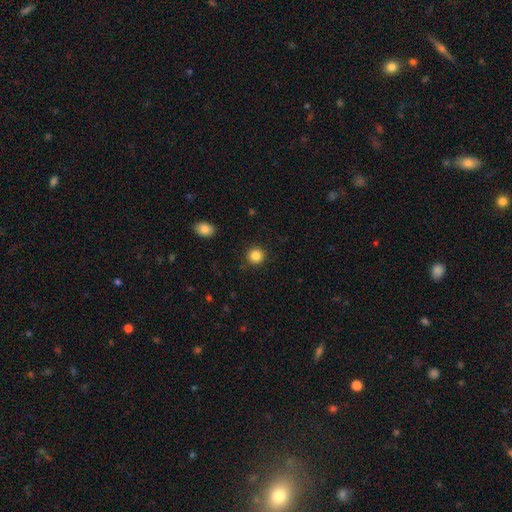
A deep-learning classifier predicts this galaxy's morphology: Smooth or featured?
  - smooth: 85% *
  - star or artifact: 11%
  - featured or disk: 4%
How rounded?
  - round: 93% *
  - in between: 6%
  - cigar-shaped: 1%
Merging?
  - none: 91% *
  - minor disturbance: 6%
  - major disturbance: 2%
  - merger: 1%